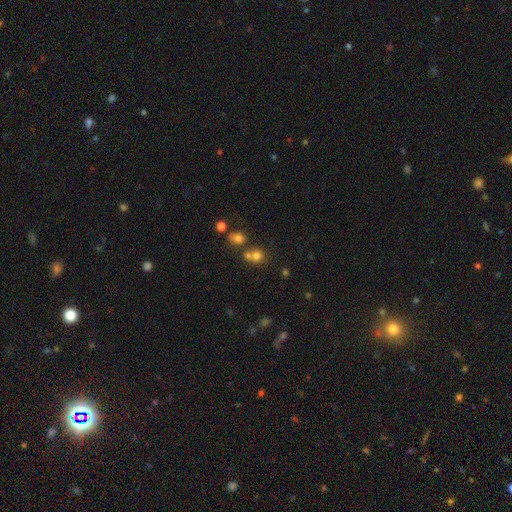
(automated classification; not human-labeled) smooth_or_featured: smooth (p=0.70) [alt: star or artifact p=0.19]
how_rounded: round (p=0.82) [alt: in between p=0.17]
merging: none (p=0.48) [alt: merger p=0.40]